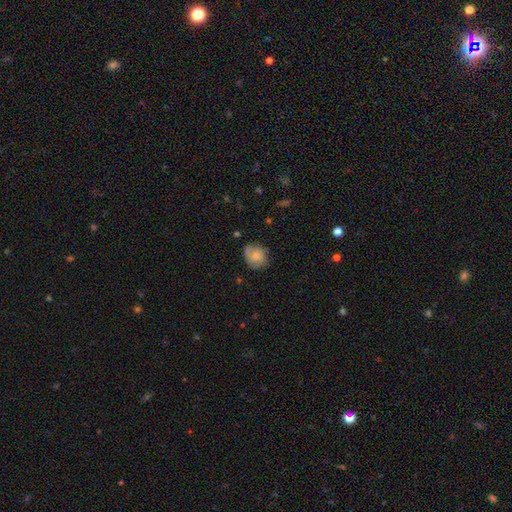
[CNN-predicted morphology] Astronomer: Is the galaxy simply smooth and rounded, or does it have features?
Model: smooth — 61%.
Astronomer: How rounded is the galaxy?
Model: round — 70%.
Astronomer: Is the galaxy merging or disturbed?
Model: none — 69%.